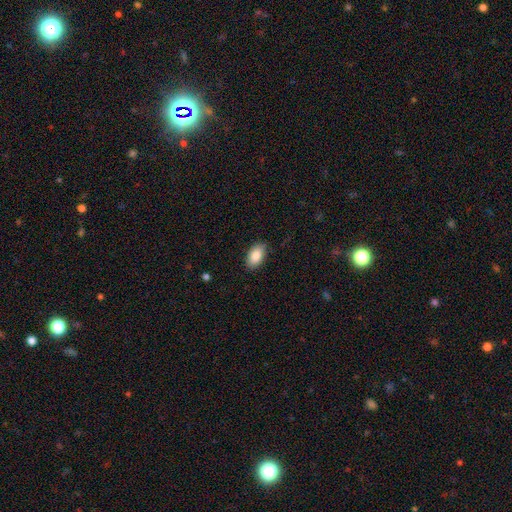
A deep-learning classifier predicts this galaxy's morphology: Smooth or featured? Predicted: smooth (p=0.86). How rounded? Predicted: in between (p=0.94). Merging? Predicted: none (p=0.87).